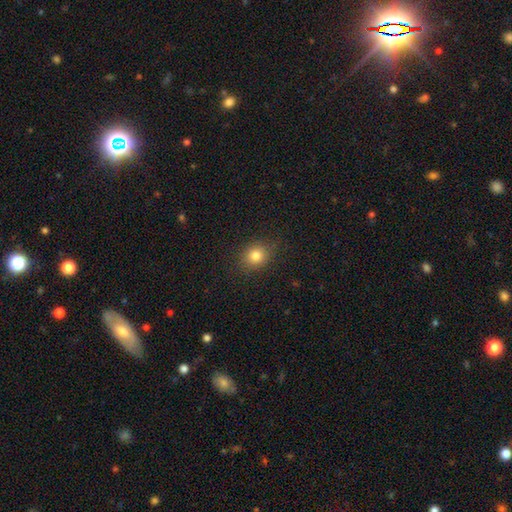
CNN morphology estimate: This is clearly a smooth galaxy (81%). How rounded: likely round (71%). Merging: clearly none (85%).